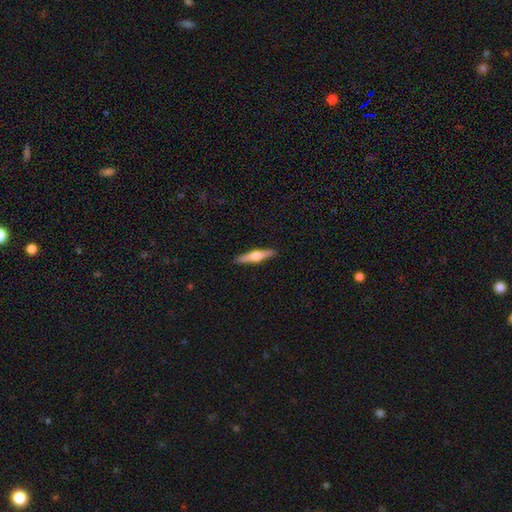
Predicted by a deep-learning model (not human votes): This appears to be a featured or disk galaxy (64%) viewed edge-on (97%) with a rounded central bulge (92%). Merging: none (91%).